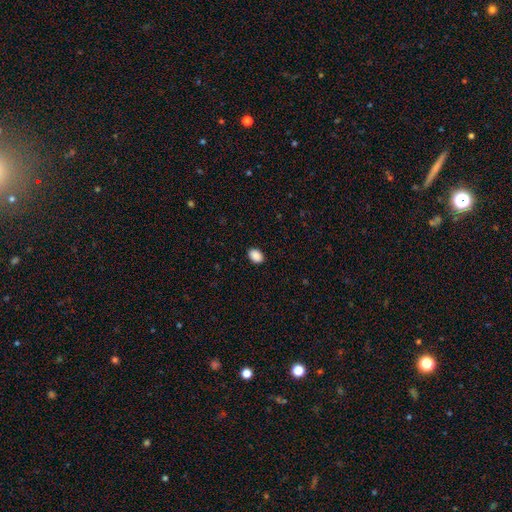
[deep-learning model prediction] smooth_or_featured: smooth (p=0.90) [alt: star or artifact p=0.08]
how_rounded: in between (p=0.77) [alt: round p=0.22]
merging: none (p=0.90) [alt: minor disturbance p=0.07]